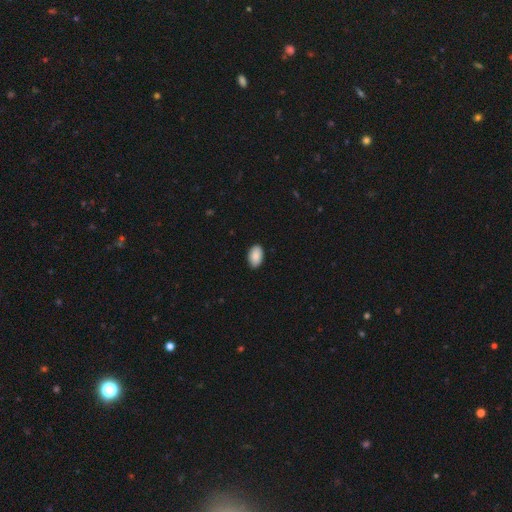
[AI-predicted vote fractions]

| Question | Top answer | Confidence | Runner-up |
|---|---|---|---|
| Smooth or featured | smooth | 90% | star or artifact (6%) |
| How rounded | in between | 94% | round (5%) |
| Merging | none | 88% | minor disturbance (9%) |